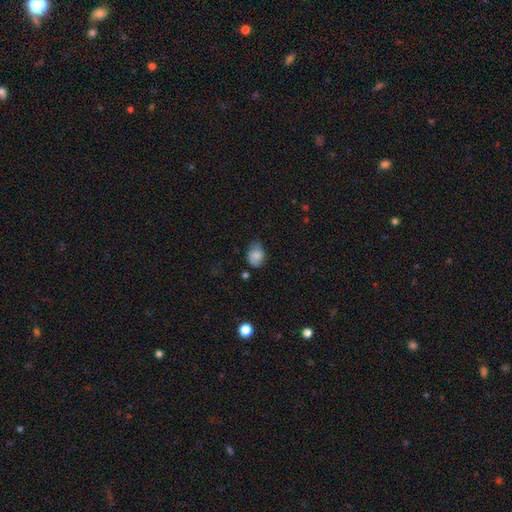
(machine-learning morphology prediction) Overall: smooth (74%). How rounded: in between (70%). Merging: none (60%; minor disturbance 31%).